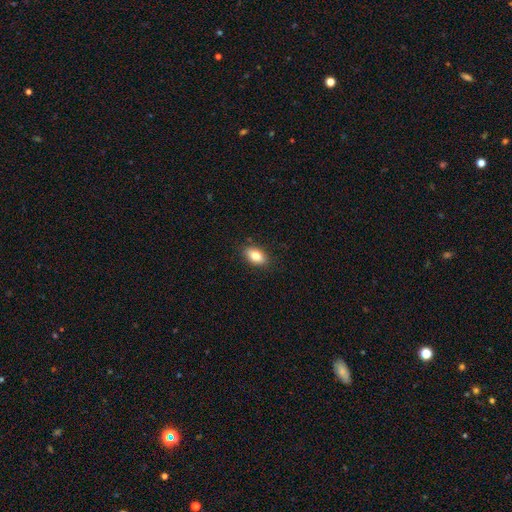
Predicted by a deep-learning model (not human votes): smooth 81%, featured or disk 11%, star or artifact 8%. Down the decision tree: how rounded — in between (88%); merging — none (86%).